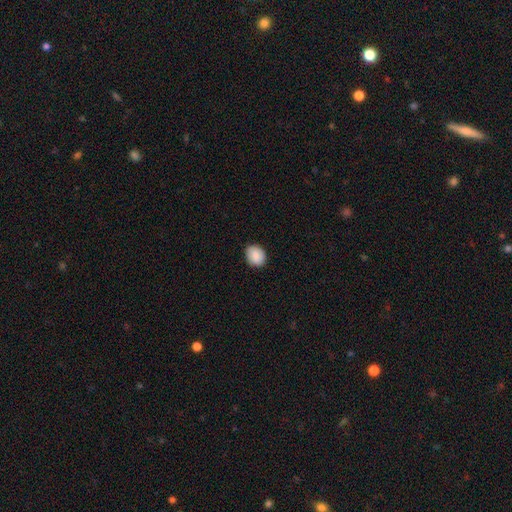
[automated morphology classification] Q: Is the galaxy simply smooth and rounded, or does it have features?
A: smooth — 89%.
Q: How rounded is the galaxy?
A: round — 54%.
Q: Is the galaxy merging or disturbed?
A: none — 87%.